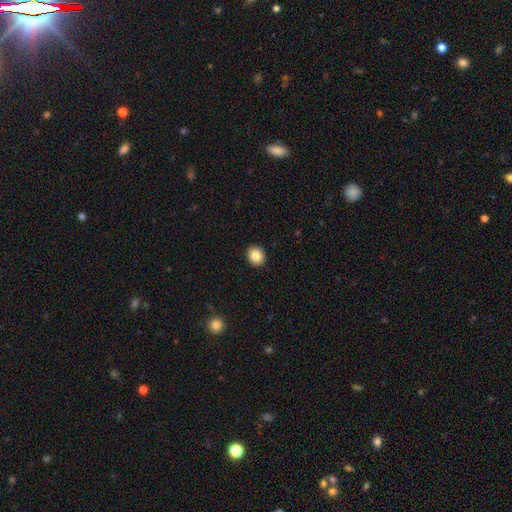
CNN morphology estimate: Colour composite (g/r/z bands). It shows a smooth galaxy with no disk features (85%) that is round (71%). Merging: none (92%).